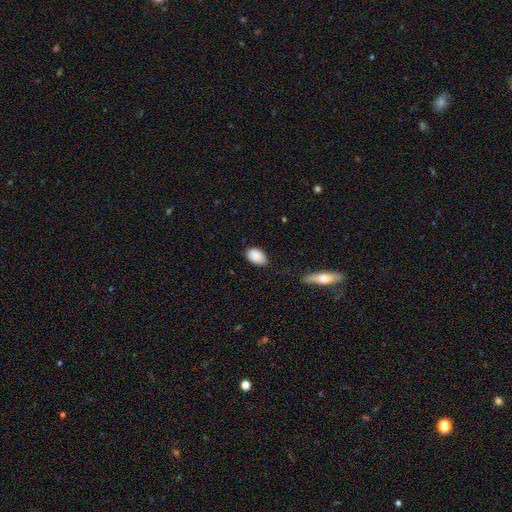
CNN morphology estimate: This appears to be a smooth galaxy with no disk features (88%) that is in between round and cigar-shaped (89%). Merging: none (77%).